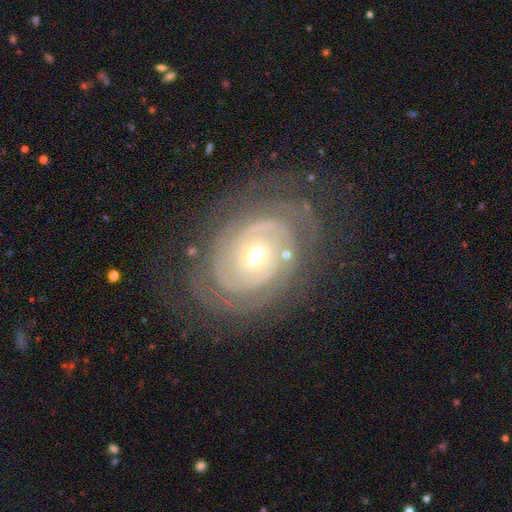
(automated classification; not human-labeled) Q: Smooth or featured?
A: featured or disk (87%); runner-up: smooth (6%)
Q: Edge-on disk?
A: no (97%); runner-up: yes (3%)
Q: Bar?
A: no (72%); runner-up: weak (20%)
Q: Spiral arms?
A: yes (96%); runner-up: no (4%)
Q: Spiral winding?
A: tight (79%); runner-up: medium (17%)
Q: Spiral arm count?
A: 2 (52%); runner-up: can't tell (20%)
Q: Bulge size?
A: small (63%); runner-up: moderate (33%)
Q: Merging?
A: none (76%); runner-up: minor disturbance (15%)